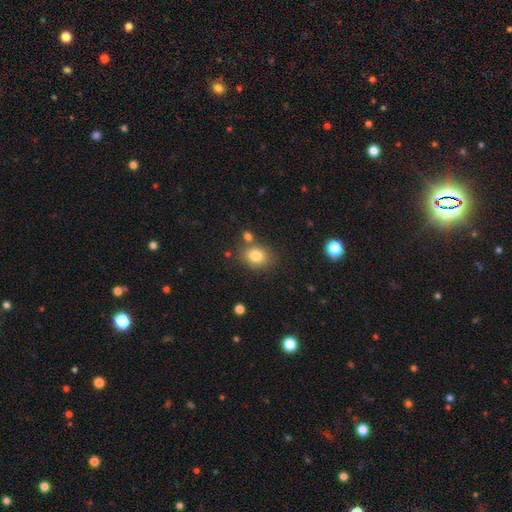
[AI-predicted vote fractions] The model was most divided on "how rounded": round: 52%, in between: 47%, cigar-shaped: 1%. More confident: smooth or featured — smooth (81%); merging — none (70%).